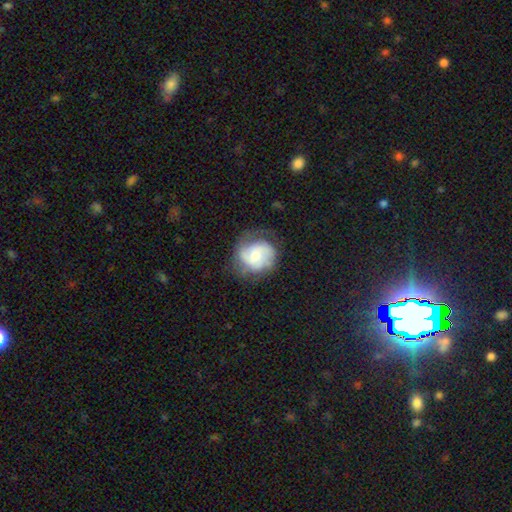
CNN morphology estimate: smooth_or_featured: featured or disk (p=0.59) [alt: smooth p=0.33]
disk_edge_on: no (p=0.98) [alt: yes p=0.02]
bar: no (p=0.67) [alt: weak p=0.28]
has_spiral_arms: yes (p=0.84) [alt: no p=0.16]
bulge_size: moderate (p=0.42) [tied with: small p=0.42]
merging: none (p=0.58) [alt: minor disturbance p=0.25]